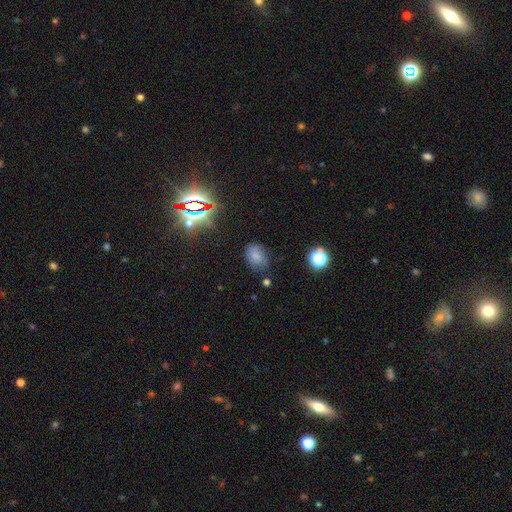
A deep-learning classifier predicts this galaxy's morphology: A smooth galaxy with no disk features (64%) that is in between round and cigar-shaped (74%).

Vote fractions:
- Smooth or featured? smooth: 64% / star or artifact: 19% / featured or disk: 16%
- How rounded? in between: 74% / round: 24% / cigar-shaped: 1%
- Merging? none: 65% / minor disturbance: 24% / major disturbance: 8% / merger: 3%